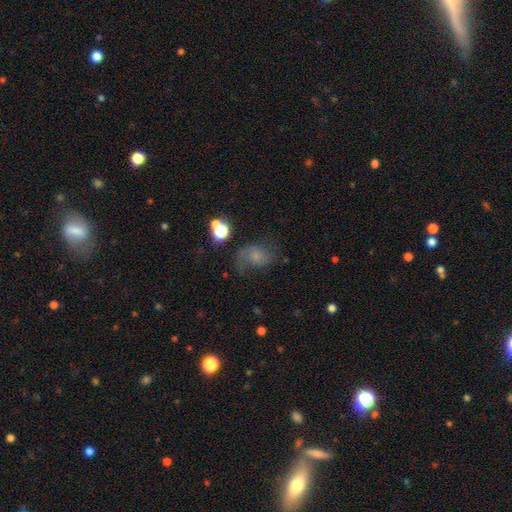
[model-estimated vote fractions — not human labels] The model was most divided on "smooth or featured": featured or disk: 42%, smooth: 39%, star or artifact: 18%. Remaining: merging — none (47%).